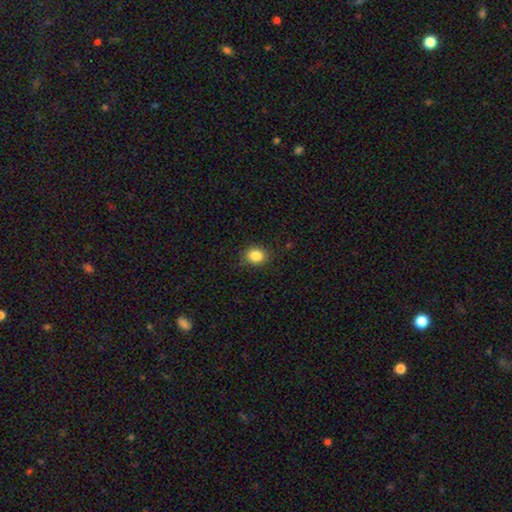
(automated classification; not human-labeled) smooth 85%, star or artifact 10%, featured or disk 5%. Down the decision tree: how rounded — round (65%); merging — none (85%).